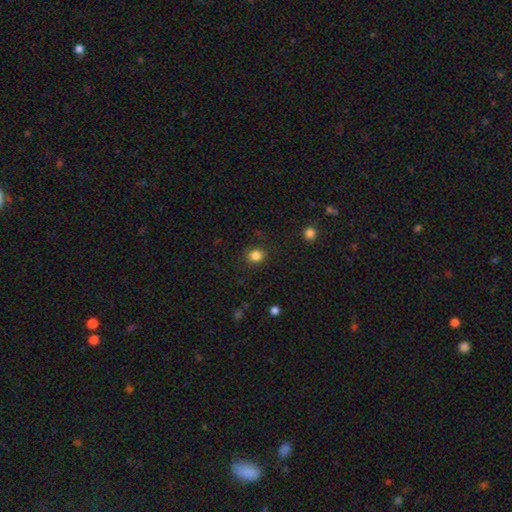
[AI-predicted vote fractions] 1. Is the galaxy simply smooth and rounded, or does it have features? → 84% smooth, 12% star or artifact, 4% featured or disk.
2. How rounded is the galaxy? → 76% round, 23% in between, 1% cigar-shaped.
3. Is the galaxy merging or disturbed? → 87% none, 9% minor disturbance, 3% major disturbance, 1% merger.